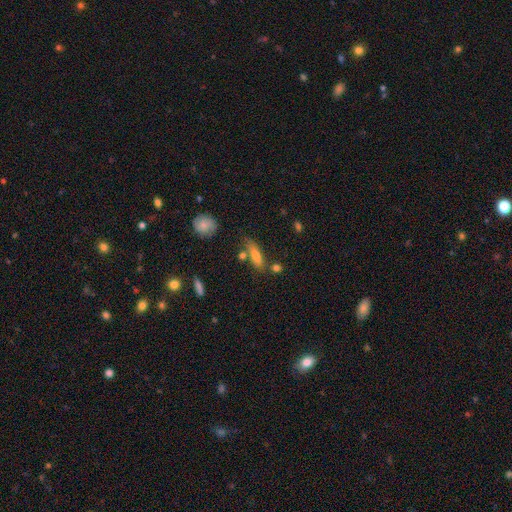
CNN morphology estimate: The model was most divided on "how rounded": cigar-shaped: 58%, in between: 39%, round: 3%. More confident: smooth or featured — smooth (70%); merging — none (62%).